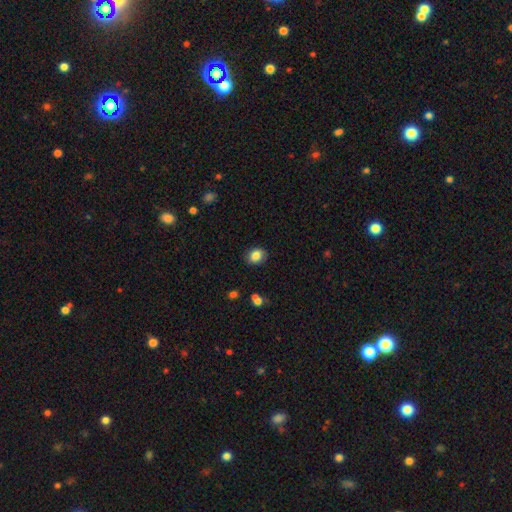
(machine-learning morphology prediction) A smooth galaxy with no disk features (85%) that is round (52%).

Vote fractions:
- Smooth or featured? smooth: 85% / star or artifact: 9% / featured or disk: 7%
- How rounded? round: 52% / in between: 47% / cigar-shaped: 1%
- Merging? none: 86% / minor disturbance: 11% / major disturbance: 2% / merger: 1%